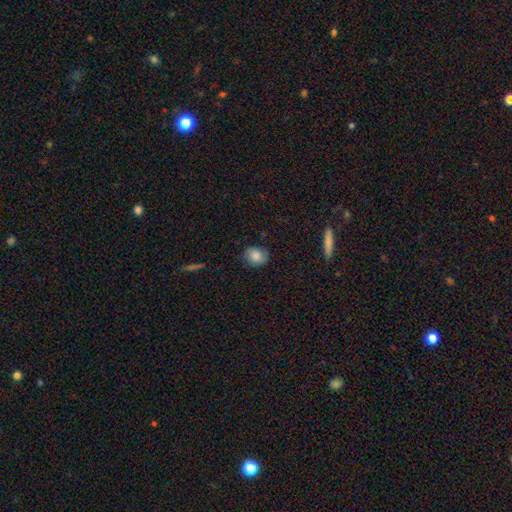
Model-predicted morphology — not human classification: A smooth galaxy with no disk features (75%) that is round (60%). Merging: none (76%).